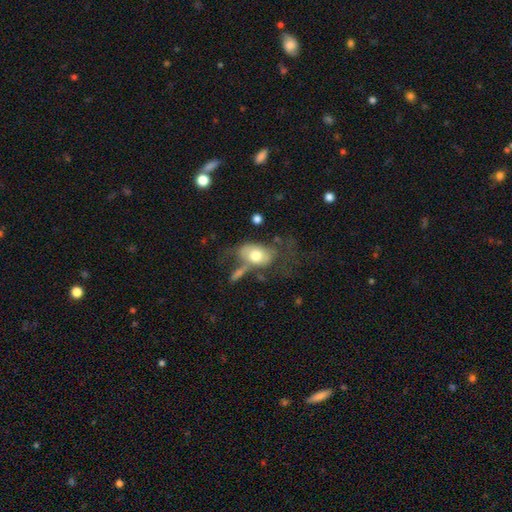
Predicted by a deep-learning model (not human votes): Morphology: type=smooth (62%); roundness=in between (85%); merging=major disturbance (31%).